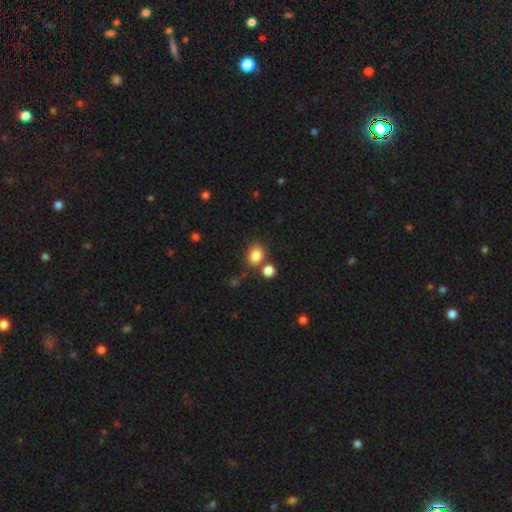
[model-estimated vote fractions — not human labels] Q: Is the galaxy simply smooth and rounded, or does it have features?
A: smooth — 83%.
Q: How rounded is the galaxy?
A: in between — 56%.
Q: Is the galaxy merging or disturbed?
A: none — 67%.